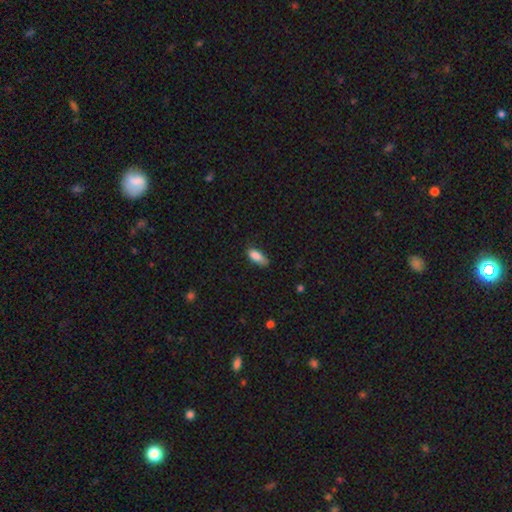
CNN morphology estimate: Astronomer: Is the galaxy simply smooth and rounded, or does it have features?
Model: smooth — 85%.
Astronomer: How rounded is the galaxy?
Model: in between — 80%.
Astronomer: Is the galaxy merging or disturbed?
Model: none — 64%.